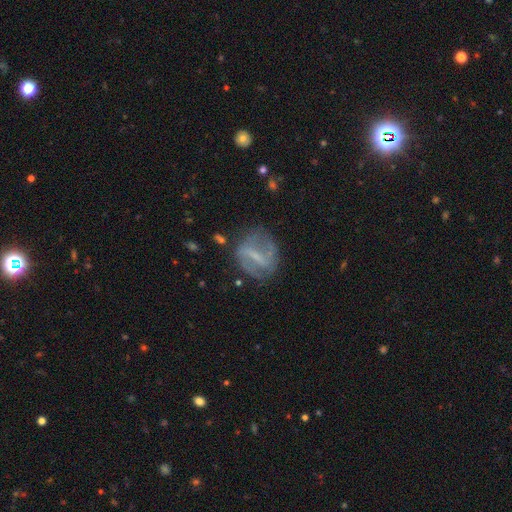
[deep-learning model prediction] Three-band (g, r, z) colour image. It shows a featured or disk galaxy (73%) with a strong bar (58%), 2 (75%) medium (41%) spiral arms (73%) and a small central bulge (44%). Merging: none (67%).